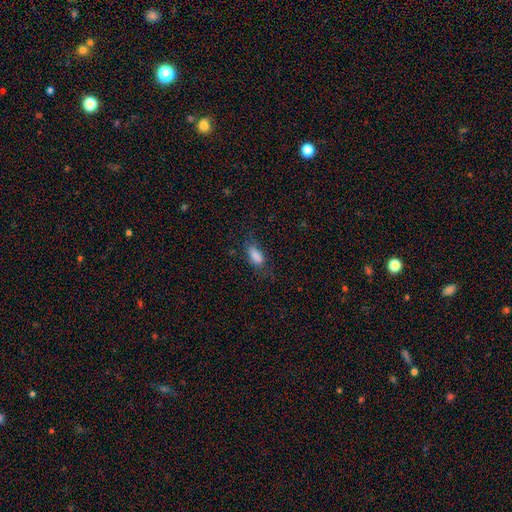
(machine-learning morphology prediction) smooth_or_featured: smooth (p=0.81) [alt: star or artifact p=0.10]
how_rounded: in between (p=0.82) [alt: cigar-shaped p=0.14]
merging: none (p=0.61) [alt: minor disturbance p=0.24]